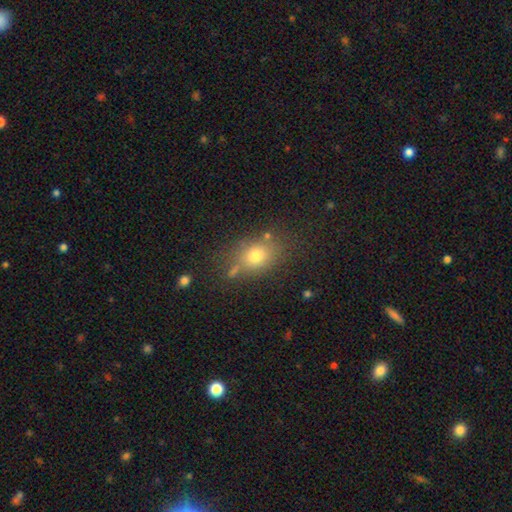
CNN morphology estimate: Smooth or featured? smooth (74%)
How rounded? in between (63%)
Merging? none (71%)